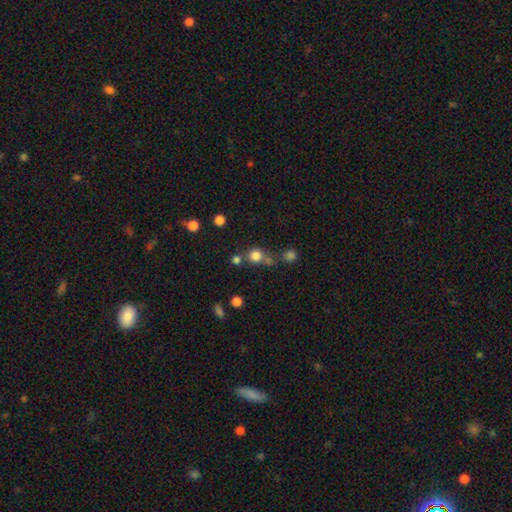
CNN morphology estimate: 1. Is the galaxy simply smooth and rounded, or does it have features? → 77% smooth, 15% star or artifact, 8% featured or disk.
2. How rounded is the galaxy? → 89% round, 10% in between, 1% cigar-shaped.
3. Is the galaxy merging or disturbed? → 56% none, 28% merger, 10% minor disturbance, 6% major disturbance.